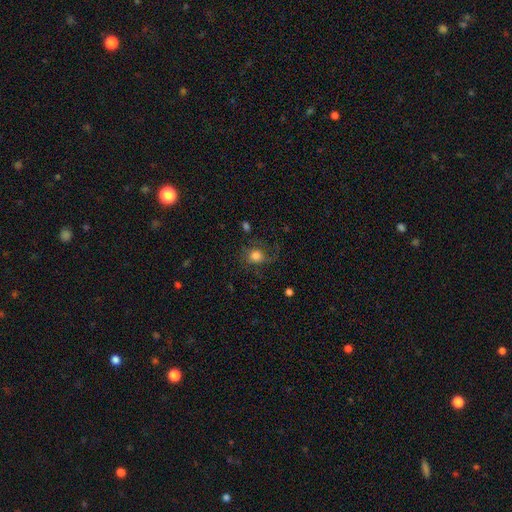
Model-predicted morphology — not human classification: Smooth or featured? smooth (66%)
How rounded? round (72%)
Merging? none (56%)